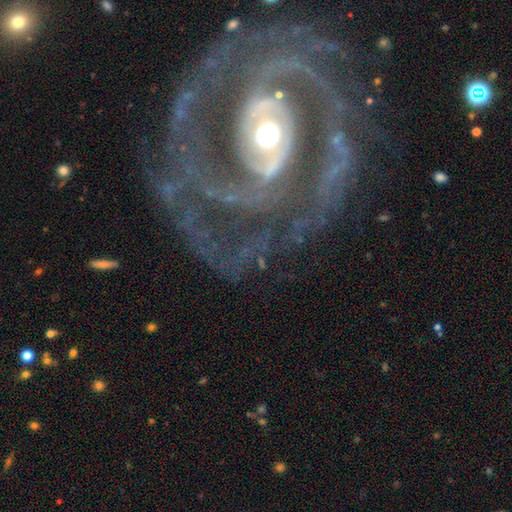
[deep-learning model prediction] featured or disk 89%, star or artifact 6%, smooth 5%. Down the decision tree: edge-on disk — no (97%); bar — no (45%); spiral arms — yes (92%); spiral arm count — 2 (44%); spiral winding — tight (54%); bulge size — moderate (63%); merging — none (69%).